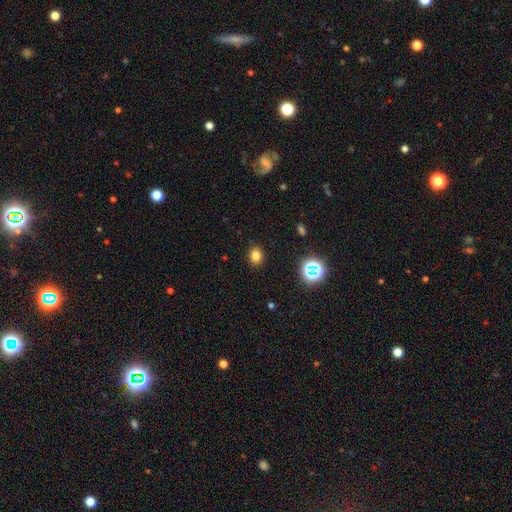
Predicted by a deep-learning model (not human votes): The model was most divided on "how rounded": round: 53%, in between: 46%, cigar-shaped: 1%. More confident: merging — none (88%); smooth or featured — smooth (78%).